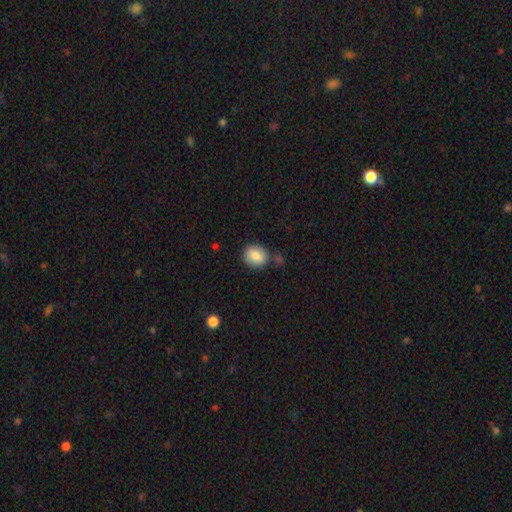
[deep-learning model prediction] smooth-or-featured: smooth: 86% | star or artifact: 8% | featured or disk: 7%
  how-rounded: round: 71% | in between: 28% | cigar-shaped: 1%
  merging: none: 76% | minor disturbance: 12% | merger: 8% | major disturbance: 3%